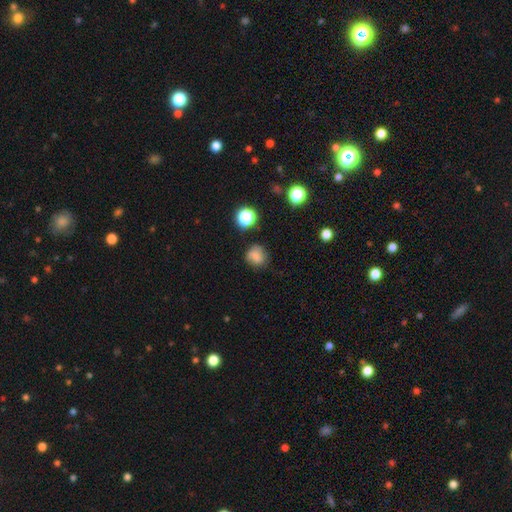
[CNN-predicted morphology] Overall: smooth (73%). How rounded: round (73%). Merging: none (67%).